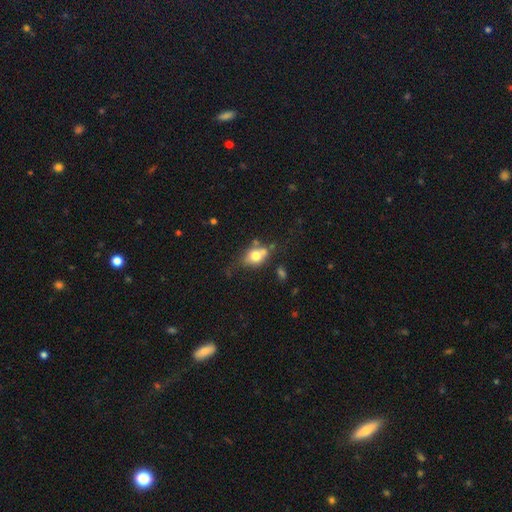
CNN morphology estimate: A smooth galaxy with no disk features (70%) that is in between round and cigar-shaped (62%). Merging: none (49%).